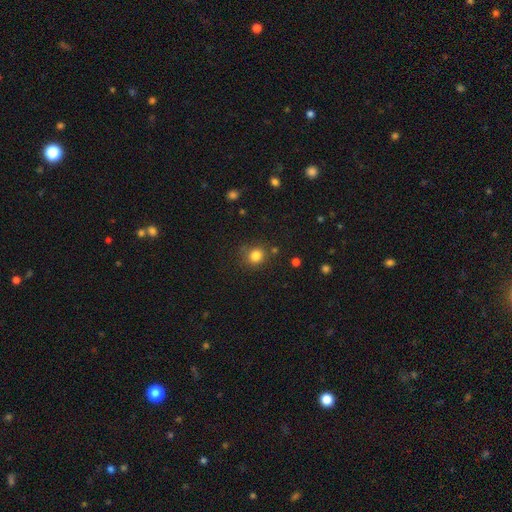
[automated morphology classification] smooth-or-featured: smooth: 82% | star or artifact: 13% | featured or disk: 5%
  how-rounded: round: 83% | in between: 16% | cigar-shaped: 1%
  merging: none: 79% | minor disturbance: 13% | merger: 4% | major disturbance: 4%